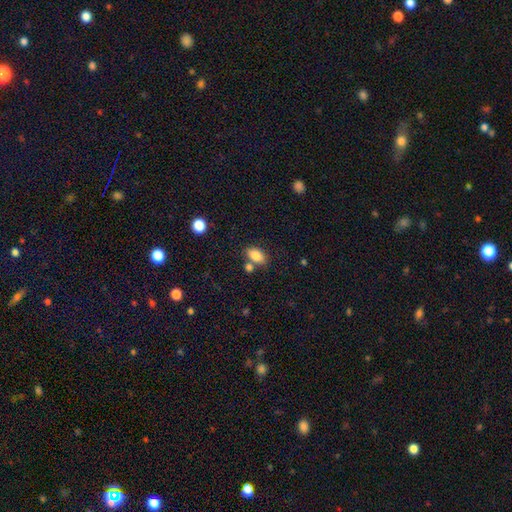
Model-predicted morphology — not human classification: type=smooth (83%); roundness=in between (89%); merging=none (65%).